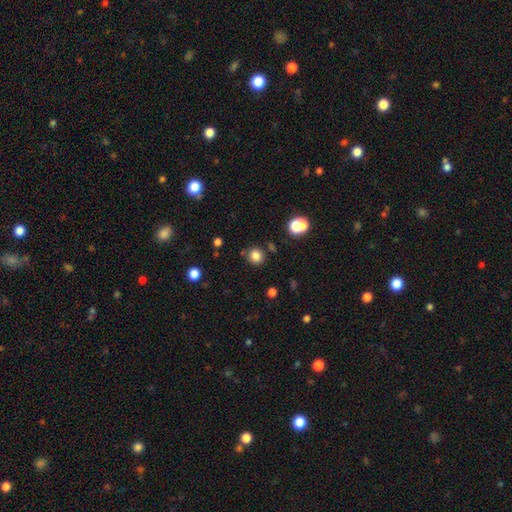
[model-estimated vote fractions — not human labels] This appears to be a smooth galaxy with no disk features (83%) that is round (89%). Merging: none (84%).